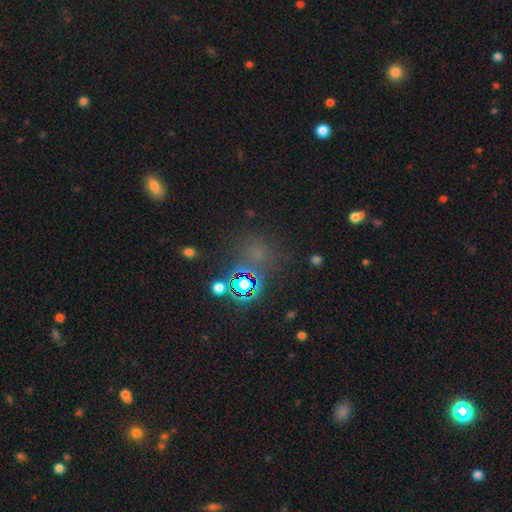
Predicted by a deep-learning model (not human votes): Smooth or featured: star or artifact — 56% (smooth — 35%)